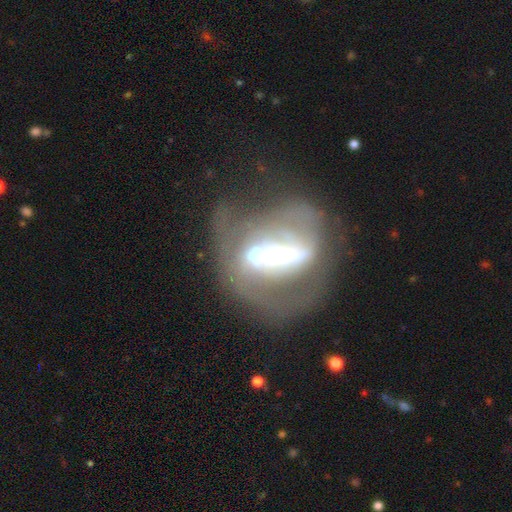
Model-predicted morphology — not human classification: Smooth or featured: featured or disk — 76% (smooth — 14%)
Edge-on disk: no — 86% (yes — 14%)
Bar: strong — 70% (weak — 16%)
Spiral arms: yes — 52% (no — 48%)
Bulge size: moderate — 34% (large — 24%)
Merging: none — 41% (major disturbance — 32%)